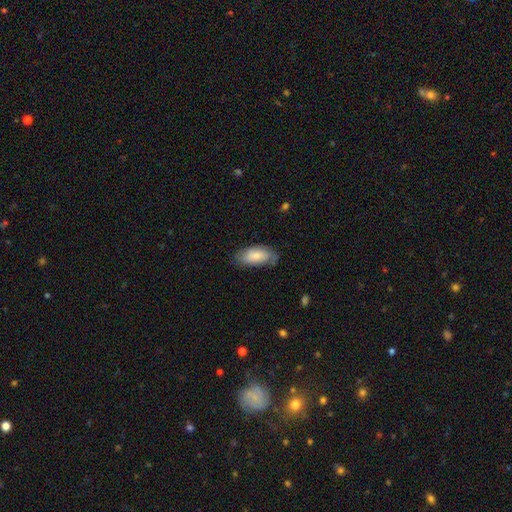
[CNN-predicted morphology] type=smooth (73%); roundness=in between (89%); merging=none (69%).